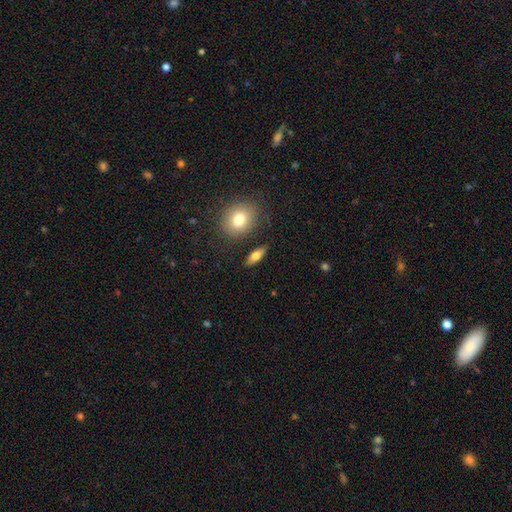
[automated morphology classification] Q: Smooth or featured?
A: smooth (69%); runner-up: featured or disk (24%)
Q: How rounded?
A: in between (65%); runner-up: cigar-shaped (28%)
Q: Merging?
A: none (85%); runner-up: minor disturbance (9%)